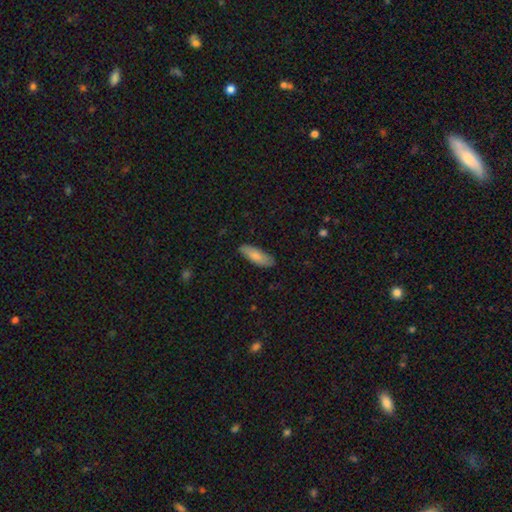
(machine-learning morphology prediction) Q: Smooth or featured?
A: smooth (82%); runner-up: featured or disk (12%)
Q: How rounded?
A: in between (63%); runner-up: cigar-shaped (36%)
Q: Merging?
A: none (85%); runner-up: minor disturbance (12%)